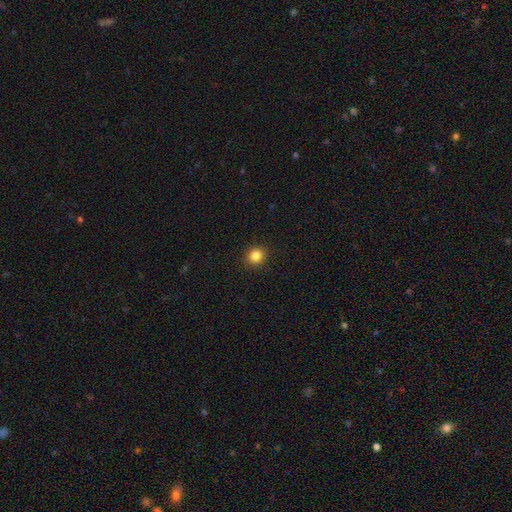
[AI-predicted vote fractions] The model was most divided on "how rounded": round: 86%, in between: 13%, cigar-shaped: 1%. More confident: merging — none (91%); smooth or featured — smooth (85%).